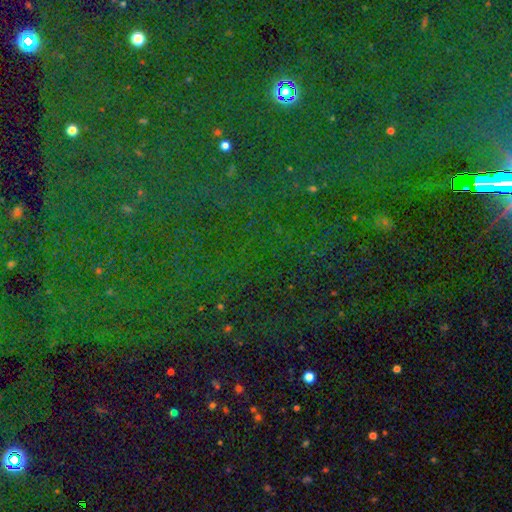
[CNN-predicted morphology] smooth_or_featured: star or artifact (p=0.83) [alt: smooth p=0.09]